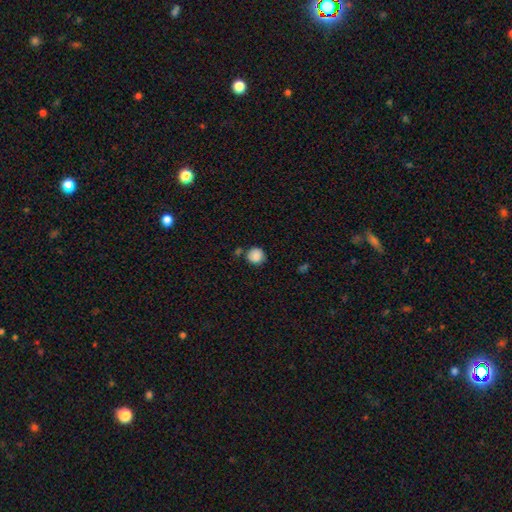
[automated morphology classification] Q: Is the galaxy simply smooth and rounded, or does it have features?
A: smooth — 87%.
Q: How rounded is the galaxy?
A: round — 92%.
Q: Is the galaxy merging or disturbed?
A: none — 75%.